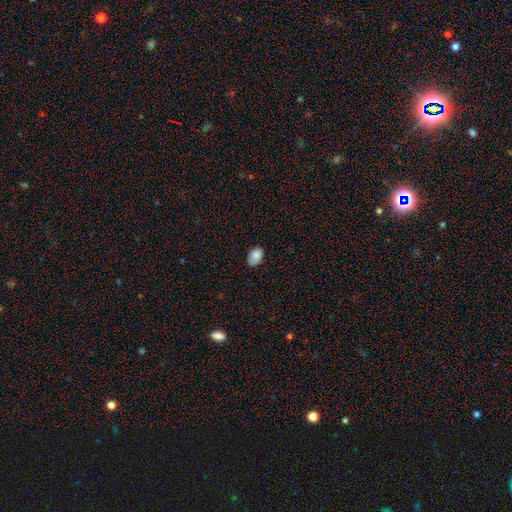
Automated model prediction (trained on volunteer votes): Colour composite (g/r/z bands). It shows a smooth galaxy with no disk features (86%) that is in between round and cigar-shaped (86%). Merging: none (73%).